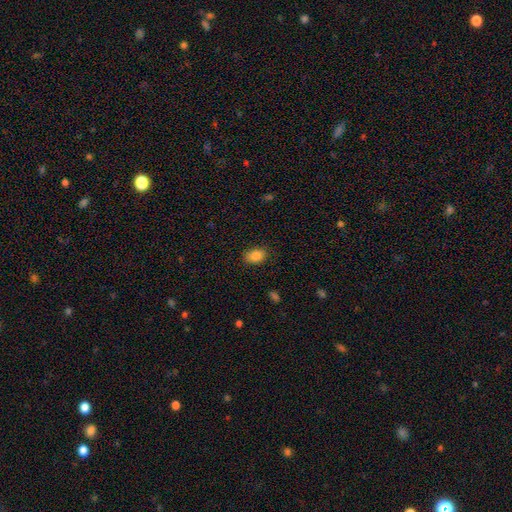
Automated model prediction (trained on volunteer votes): This appears to be a smooth galaxy with no disk features (85%) that is in between round and cigar-shaped (80%). Merging: none (83%).